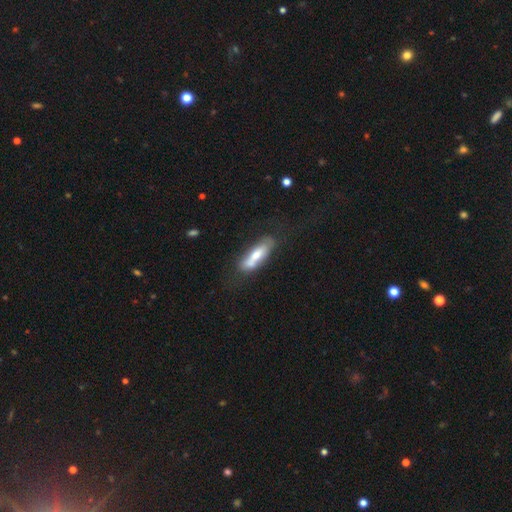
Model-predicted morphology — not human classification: Smooth or featured?
  - smooth: 55% *
  - featured or disk: 39%
  - star or artifact: 6%
How rounded?
  - cigar-shaped: 54% *
  - in between: 44%
  - round: 2%
Merging?
  - none: 54% *
  - minor disturbance: 23%
  - merger: 12%
  - major disturbance: 10%